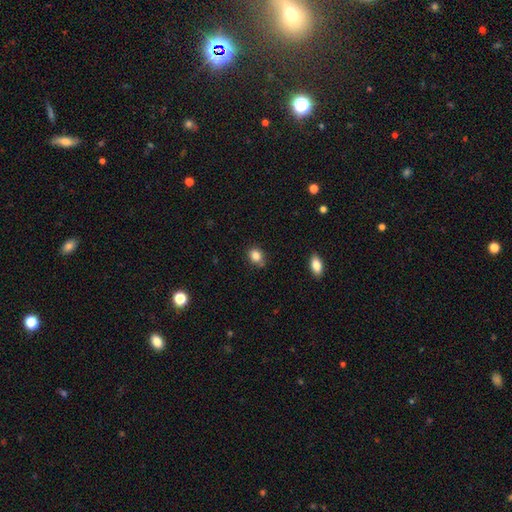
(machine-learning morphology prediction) Q: Smooth or featured?
A: smooth (84%); runner-up: star or artifact (10%)
Q: How rounded?
A: round (58%); runner-up: in between (41%)
Q: Merging?
A: none (71%); runner-up: minor disturbance (22%)